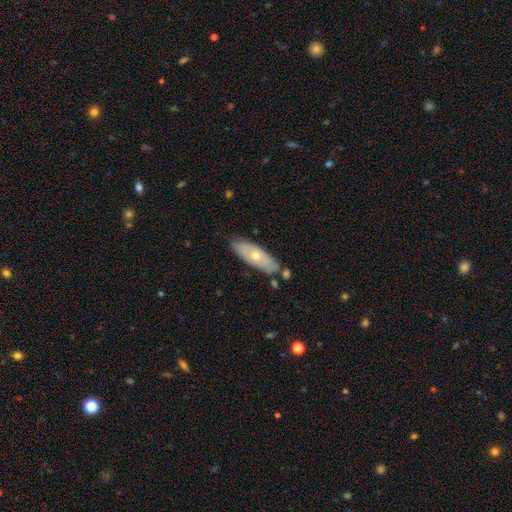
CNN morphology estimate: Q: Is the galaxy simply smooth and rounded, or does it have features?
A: featured or disk — 49%.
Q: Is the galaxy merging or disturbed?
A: none — 75%.